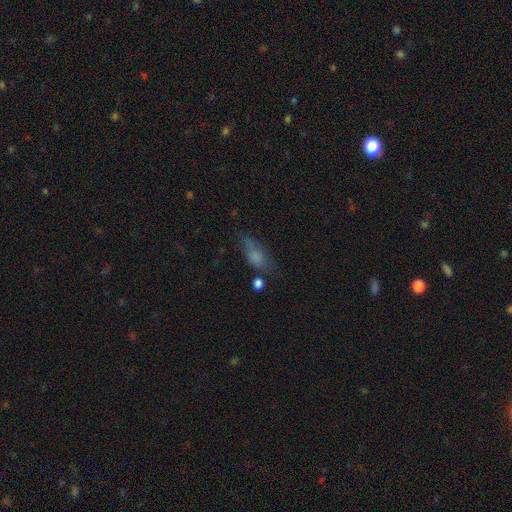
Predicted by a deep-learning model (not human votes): The model was most divided on "merging": none: 48%, minor disturbance: 28%, major disturbance: 17%, merger: 7%. More confident: how rounded — in between (69%); smooth or featured — smooth (68%).